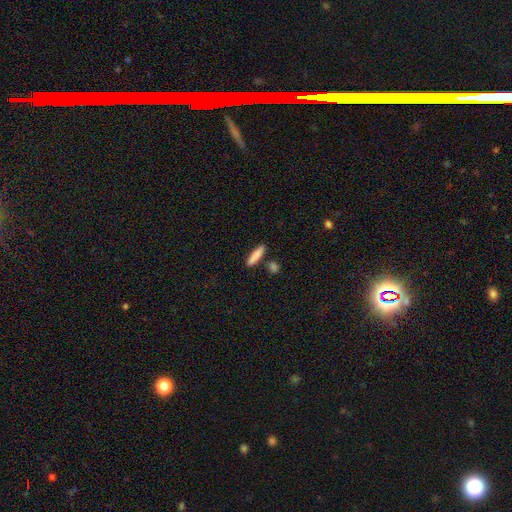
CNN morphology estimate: This appears to be a smooth galaxy with no disk features (86%) that is cigar-shaped (80%). Merging: none (84%).